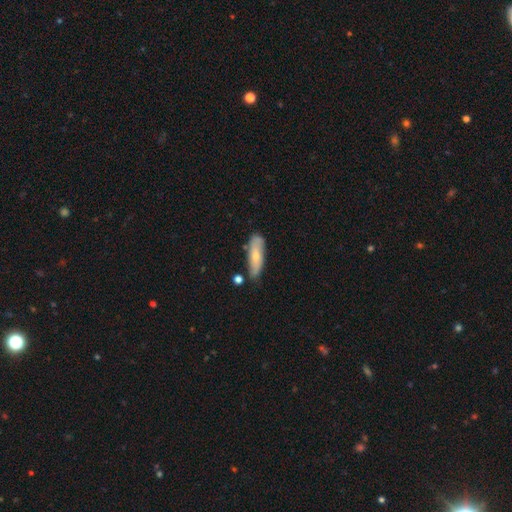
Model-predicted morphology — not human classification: This is likely a smooth galaxy (64%). How rounded: possibly cigar-shaped (56%). Merging: likely none (70%).